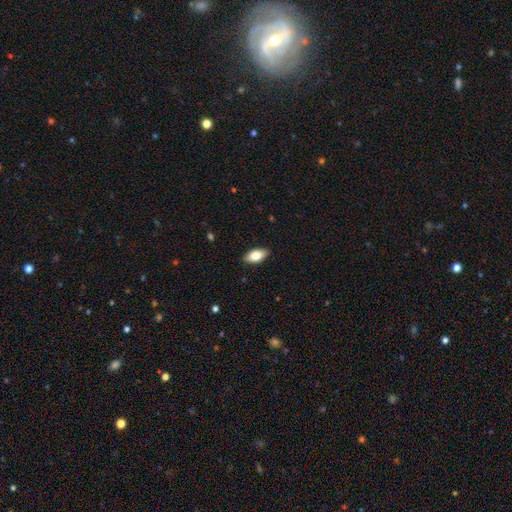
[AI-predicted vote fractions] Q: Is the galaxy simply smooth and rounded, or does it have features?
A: smooth — 79%.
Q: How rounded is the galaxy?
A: in between — 90%.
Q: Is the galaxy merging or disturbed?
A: none — 88%.